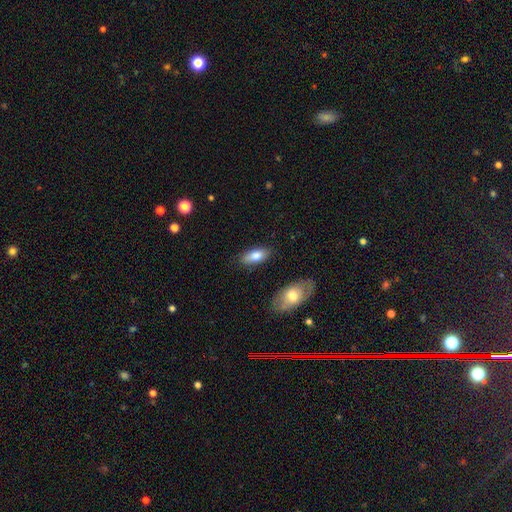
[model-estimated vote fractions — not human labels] This is likely a smooth galaxy (79%). How rounded: clearly in between (84%). Merging: clearly none (83%).